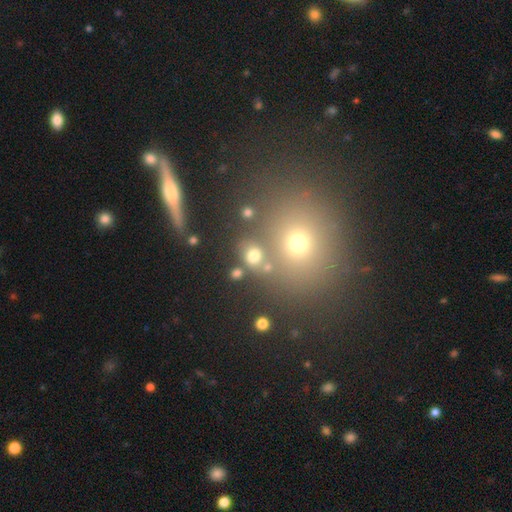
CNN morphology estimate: Smooth or featured? smooth (70%)
How rounded? round (67%)
Merging? none (67%)